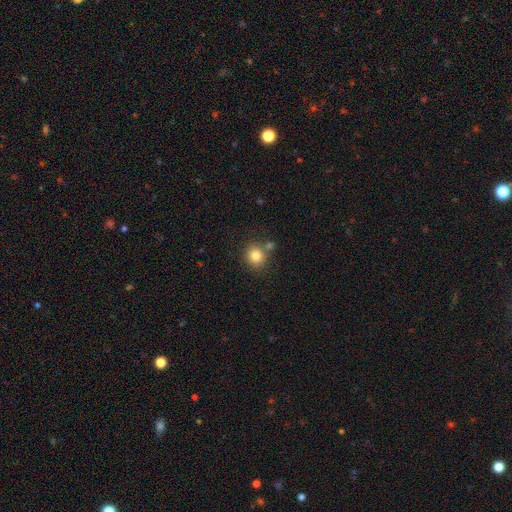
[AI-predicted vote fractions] Morphology: type=smooth (82%); roundness=round (86%); merging=none (73%).